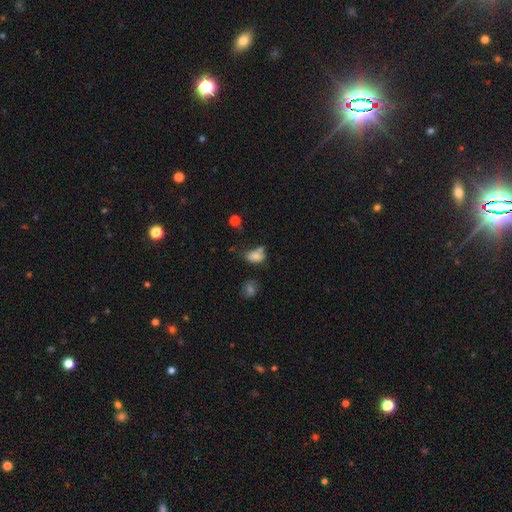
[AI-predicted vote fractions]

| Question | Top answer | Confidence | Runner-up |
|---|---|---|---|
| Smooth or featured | smooth | 72% | featured or disk (14%) |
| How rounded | in between | 73% | round (25%) |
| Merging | none | 38% | merger (27%) |